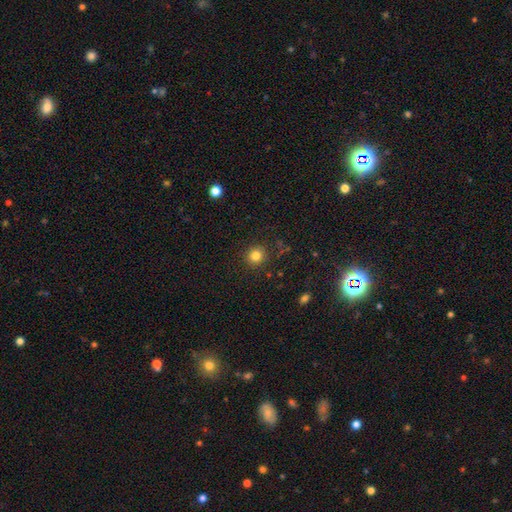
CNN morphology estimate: Q: Smooth or featured?
A: smooth (82%); runner-up: star or artifact (13%)
Q: How rounded?
A: round (93%); runner-up: in between (7%)
Q: Merging?
A: none (89%); runner-up: minor disturbance (7%)